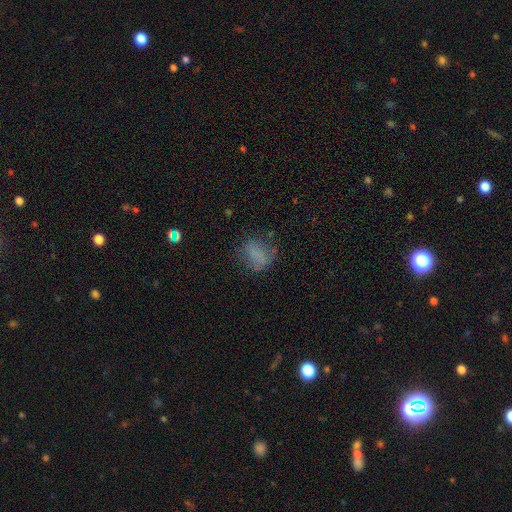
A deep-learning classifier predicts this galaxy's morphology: Smooth or featured?
  - smooth: 69% *
  - featured or disk: 17%
  - star or artifact: 14%
How rounded?
  - in between: 54% *
  - round: 43%
  - cigar-shaped: 3%
Merging?
  - none: 61% *
  - minor disturbance: 22%
  - major disturbance: 14%
  - merger: 3%